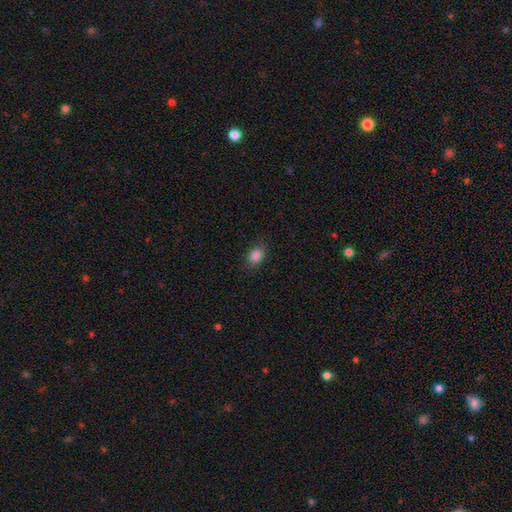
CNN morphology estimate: Q: Smooth or featured?
A: smooth (87%); runner-up: star or artifact (10%)
Q: How rounded?
A: in between (73%); runner-up: round (26%)
Q: Merging?
A: none (84%); runner-up: minor disturbance (12%)